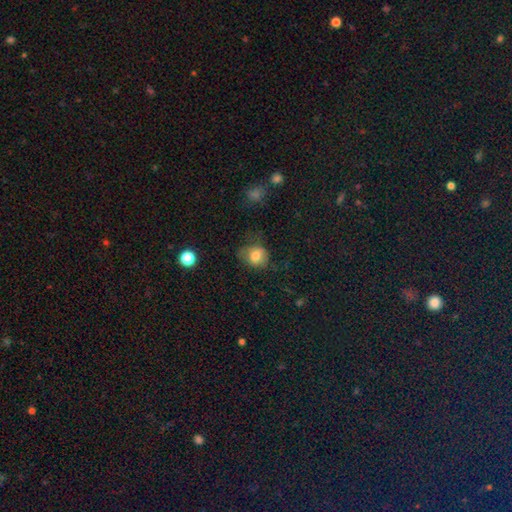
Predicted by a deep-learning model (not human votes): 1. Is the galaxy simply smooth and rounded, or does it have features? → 77% smooth, 13% featured or disk, 10% star or artifact.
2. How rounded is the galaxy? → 61% round, 38% in between, 1% cigar-shaped.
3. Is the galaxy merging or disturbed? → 52% none, 29% minor disturbance, 17% major disturbance, 2% merger.